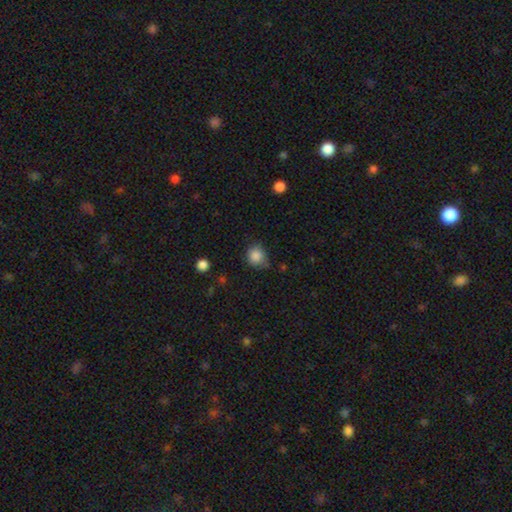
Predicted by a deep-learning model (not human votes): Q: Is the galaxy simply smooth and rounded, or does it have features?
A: smooth — 86%.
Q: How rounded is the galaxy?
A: round — 83%.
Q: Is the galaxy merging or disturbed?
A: none — 66%.